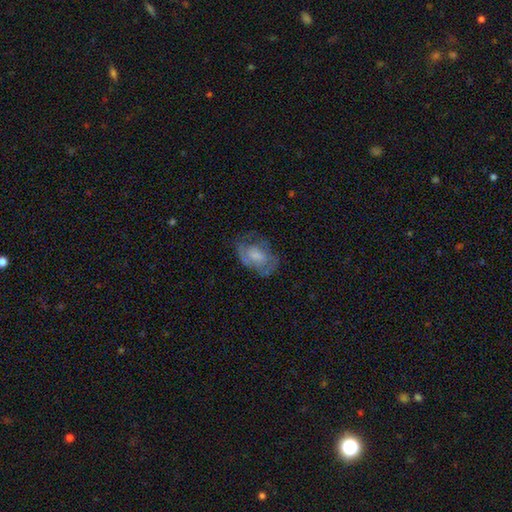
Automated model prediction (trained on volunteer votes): featured or disk 49%, smooth 43%, star or artifact 8%. Down the decision tree: merging — none (55%).